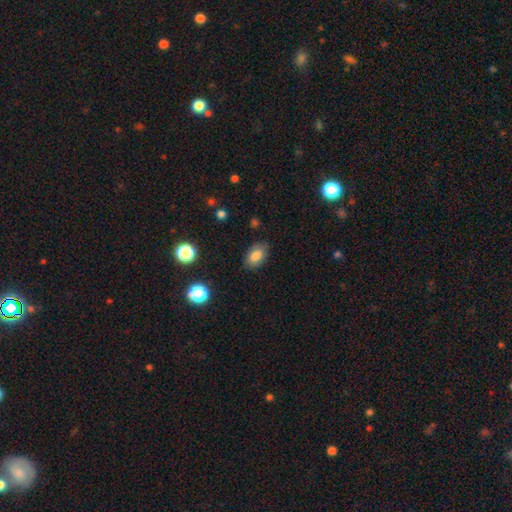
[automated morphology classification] A smooth galaxy with no disk features (82%) that is in between round and cigar-shaped (89%). Merging: none (80%).